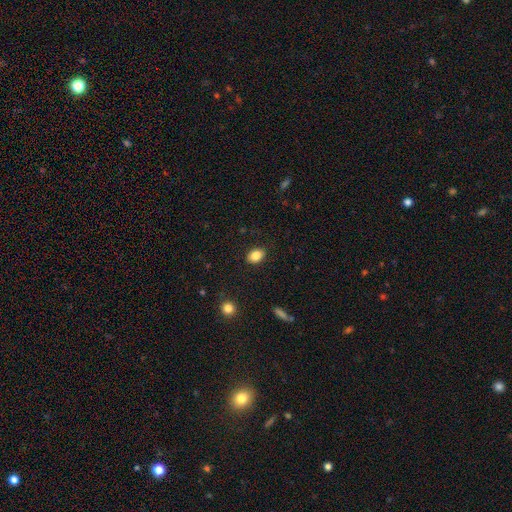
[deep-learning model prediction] The model was most divided on "how rounded": in between: 75%, round: 24%, cigar-shaped: 1%. More confident: merging — none (87%); smooth or featured — smooth (86%).